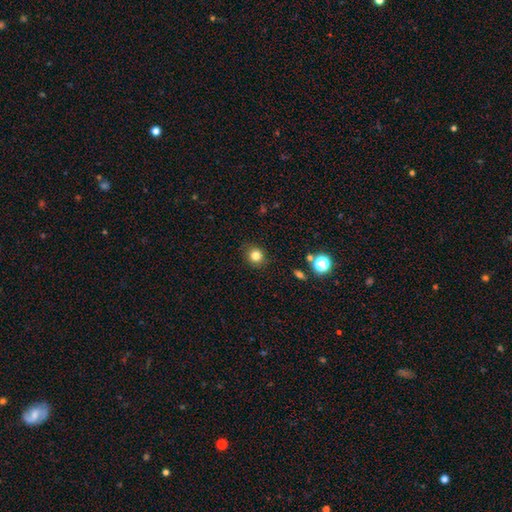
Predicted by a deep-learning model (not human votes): Smooth or featured? Predicted: smooth (p=0.82). How rounded? Predicted: round (p=0.84). Merging? Predicted: none (p=0.88).